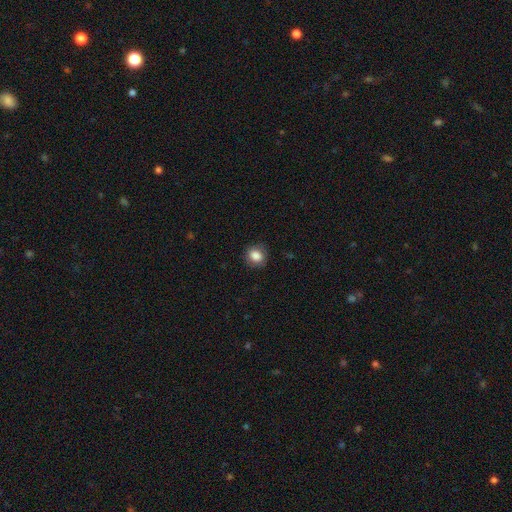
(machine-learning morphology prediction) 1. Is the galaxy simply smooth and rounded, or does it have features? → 85% smooth, 9% star or artifact, 6% featured or disk.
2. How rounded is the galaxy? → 70% round, 29% in between, 1% cigar-shaped.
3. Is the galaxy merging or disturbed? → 84% none, 12% minor disturbance, 3% major disturbance, 1% merger.